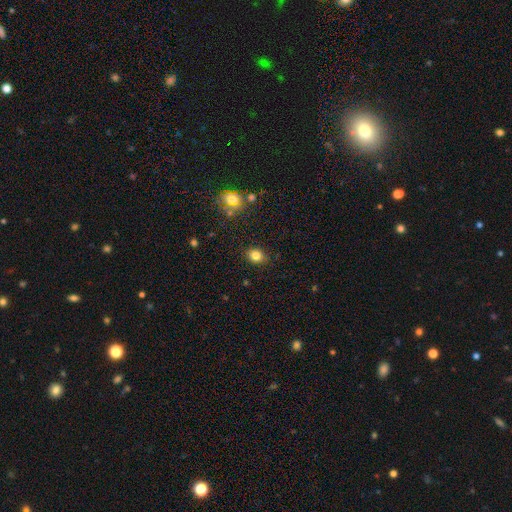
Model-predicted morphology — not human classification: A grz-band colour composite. It shows a smooth galaxy with no disk features (81%) that is round (54%). Merging: none (86%).